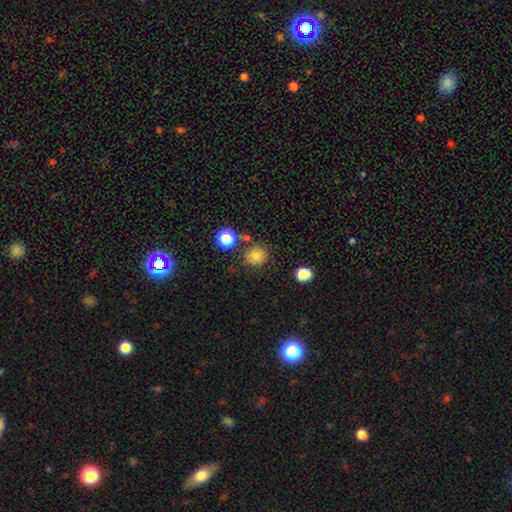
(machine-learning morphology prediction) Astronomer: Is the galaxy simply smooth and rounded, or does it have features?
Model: smooth — 79%.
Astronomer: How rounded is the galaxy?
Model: round — 87%.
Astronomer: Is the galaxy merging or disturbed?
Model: none — 81%.